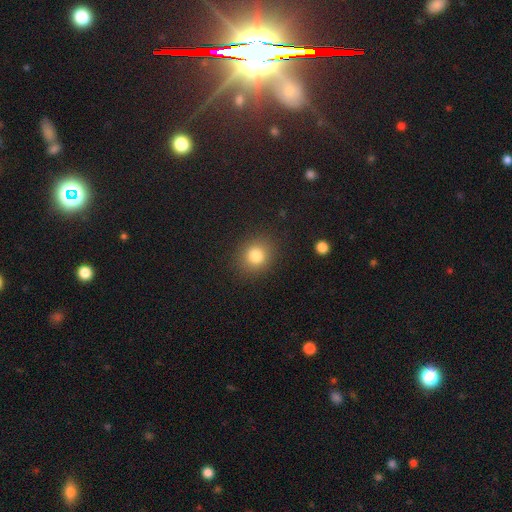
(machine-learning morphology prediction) Smooth or featured?
  - smooth: 81% *
  - star or artifact: 12%
  - featured or disk: 7%
How rounded?
  - round: 76% *
  - in between: 23%
  - cigar-shaped: 1%
Merging?
  - none: 87% *
  - minor disturbance: 8%
  - major disturbance: 3%
  - merger: 1%